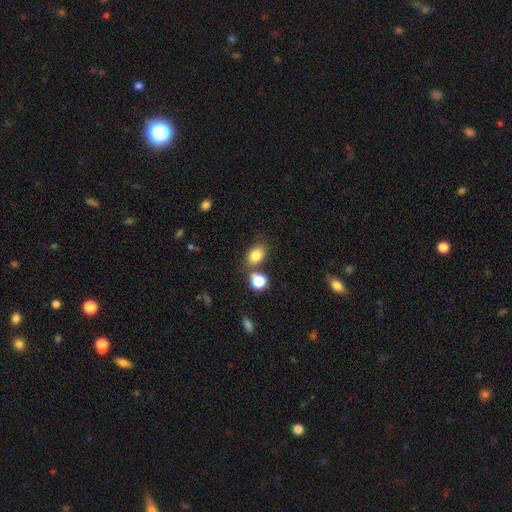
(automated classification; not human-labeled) Smooth or featured: smooth — 82% (star or artifact — 11%)
How rounded: in between — 74% (round — 25%)
Merging: none — 64% (merger — 19%)